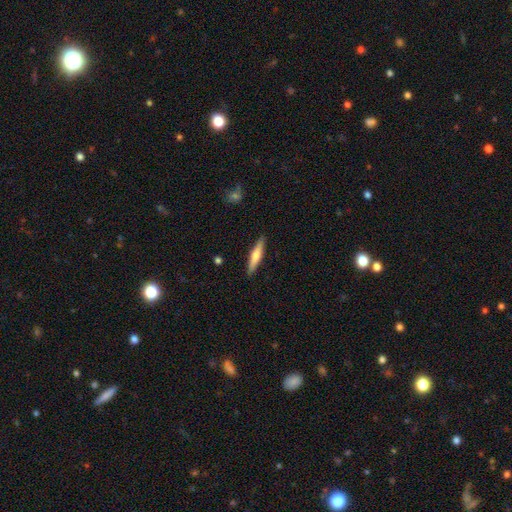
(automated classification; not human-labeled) Smooth or featured?
  - smooth: 52% *
  - featured or disk: 42%
  - star or artifact: 5%
How rounded?
  - cigar-shaped: 86% *
  - in between: 12%
  - round: 2%
Merging?
  - none: 90% *
  - minor disturbance: 7%
  - major disturbance: 2%
  - merger: 1%